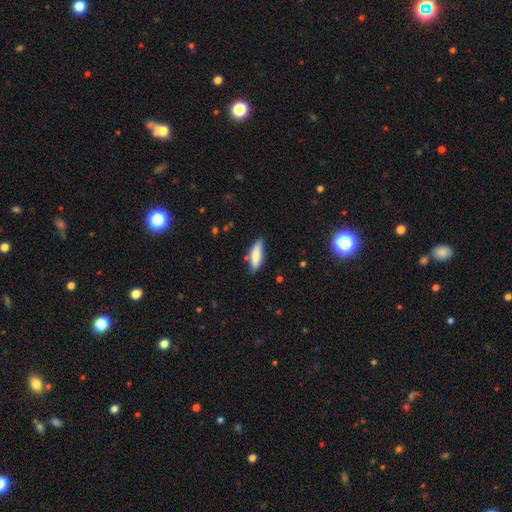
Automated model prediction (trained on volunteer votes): Smooth or featured: smooth — 78% (featured or disk — 15%)
How rounded: in between — 53% (cigar-shaped — 45%)
Merging: none — 74% (minor disturbance — 19%)